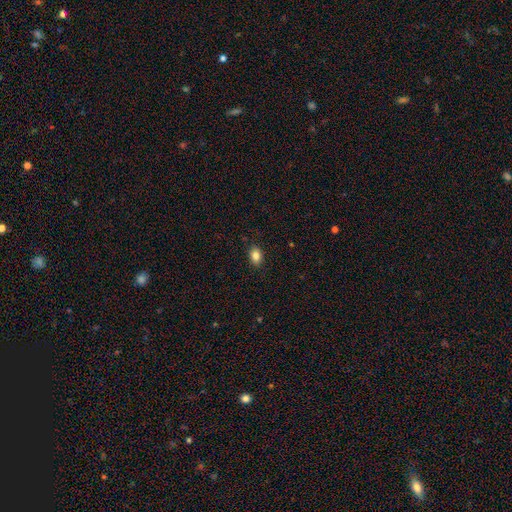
Smooth or featured? 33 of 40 (82%) said smooth. How rounded? 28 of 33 (85%) said in between. Merging? 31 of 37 (84%) said none.